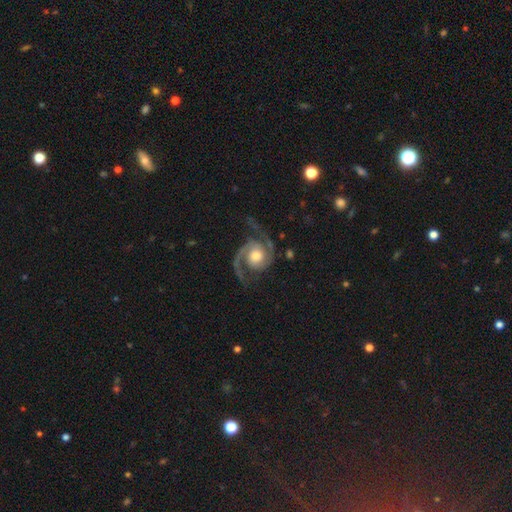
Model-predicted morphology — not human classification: A featured or disk galaxy (93%) with no bar (71%), 2 (93%) medium (58%) spiral arms (98%) and a moderate central bulge (49%). Merging: none (75%).